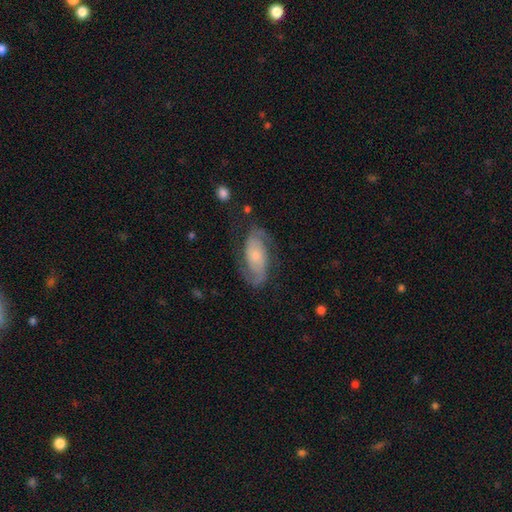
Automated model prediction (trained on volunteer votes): The model was most divided on "spiral winding": medium: 44%, tight: 32%, loose: 24%. More confident: edge-on disk — no (94%); spiral arms — yes (93%); spiral arm count — 2 (83%); smooth or featured — featured or disk (76%); merging — none (70%); bar — no (68%); bulge size — small (63%).